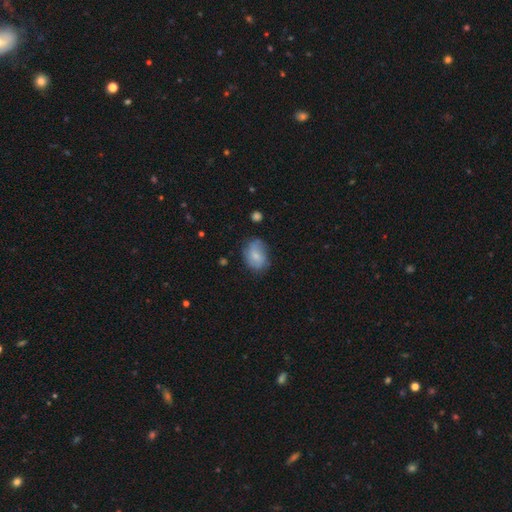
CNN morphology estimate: Q: Smooth or featured?
A: smooth (68%); runner-up: featured or disk (24%)
Q: How rounded?
A: in between (70%); runner-up: round (29%)
Q: Merging?
A: none (61%); runner-up: minor disturbance (29%)